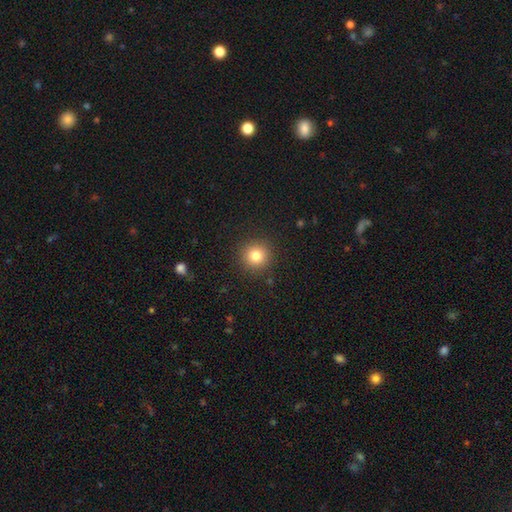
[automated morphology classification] Smooth or featured?
  - smooth: 80% *
  - star or artifact: 12%
  - featured or disk: 8%
How rounded?
  - round: 94% *
  - in between: 5%
  - cigar-shaped: 1%
Merging?
  - none: 91% *
  - minor disturbance: 6%
  - major disturbance: 2%
  - merger: 1%